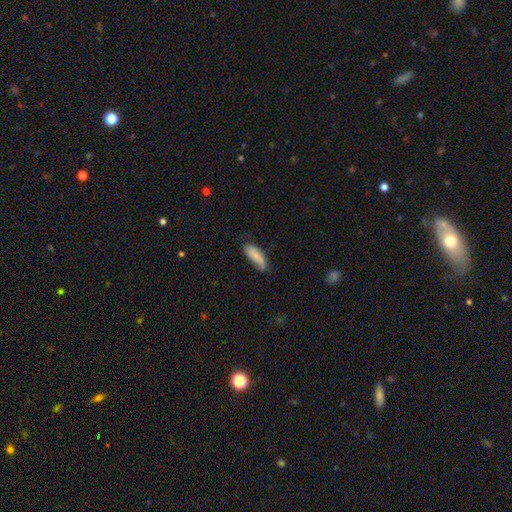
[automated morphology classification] A smooth galaxy with no disk features (80%) that is in between round and cigar-shaped (68%).

Vote fractions:
- Smooth or featured? smooth: 80% / featured or disk: 14% / star or artifact: 6%
- How rounded? in between: 68% / cigar-shaped: 30% / round: 2%
- Merging? none: 59% / minor disturbance: 31% / major disturbance: 8% / merger: 2%